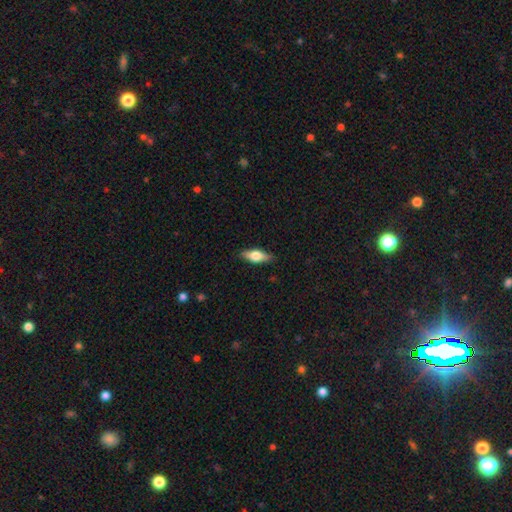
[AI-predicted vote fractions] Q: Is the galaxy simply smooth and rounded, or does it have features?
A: smooth — 55%.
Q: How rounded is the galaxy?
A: in between — 69%.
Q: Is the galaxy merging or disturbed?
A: none — 86%.